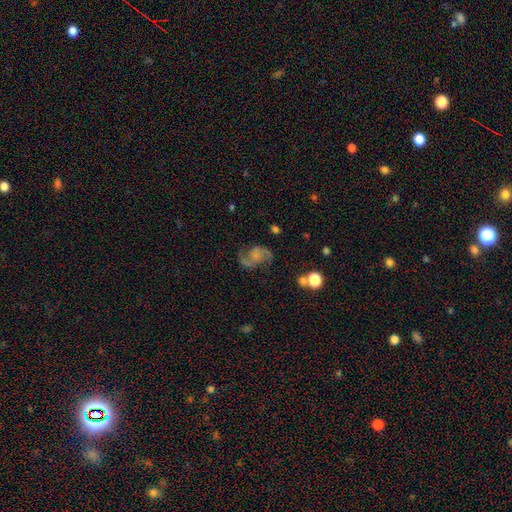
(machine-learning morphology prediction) Overall: featured or disk (80%). Edge-on disk: no (98%). Bar: no (63%; weak 31%). Spiral arms: yes (95%). Spiral arm count: 2 (92%). Spiral winding: loose (48%; medium 43%). Bulge size: none (37%; small 35%). Merging: none (68%).